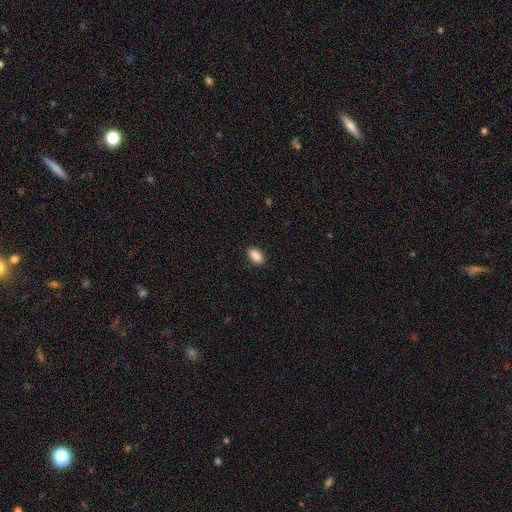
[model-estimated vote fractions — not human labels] Smooth or featured? smooth (90%)
How rounded? in between (92%)
Merging? none (89%)